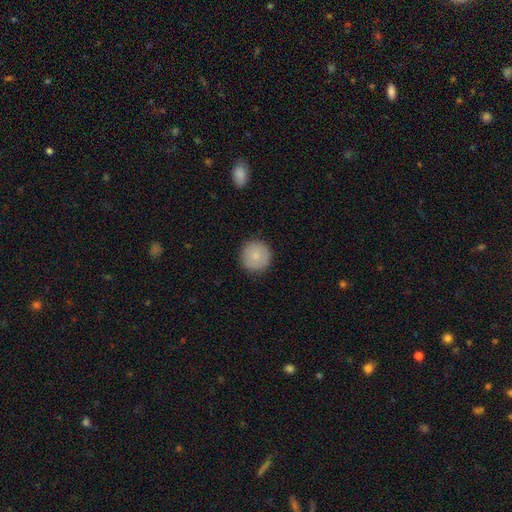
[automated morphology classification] This appears to be a smooth galaxy with no disk features (83%) that is round (96%). Merging: none (91%).